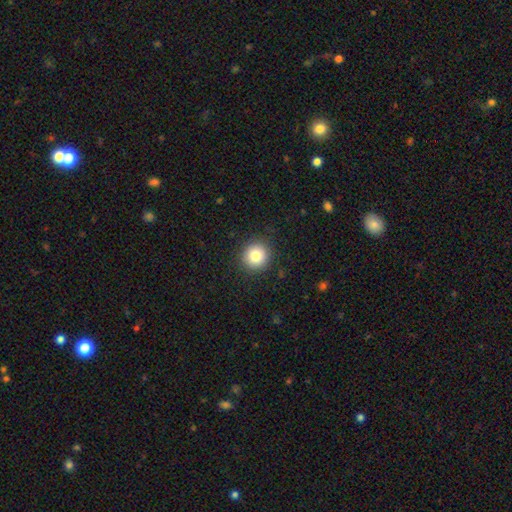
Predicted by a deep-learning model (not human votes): Smooth or featured? Predicted: smooth (p=0.82). How rounded? Predicted: round (p=0.94). Merging? Predicted: none (p=0.91).